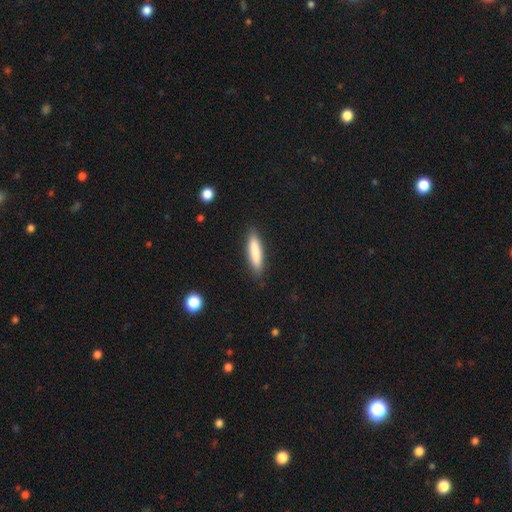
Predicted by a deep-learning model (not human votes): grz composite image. It shows a smooth galaxy with no disk features (84%) that is cigar-shaped (79%). Merging: none (88%).